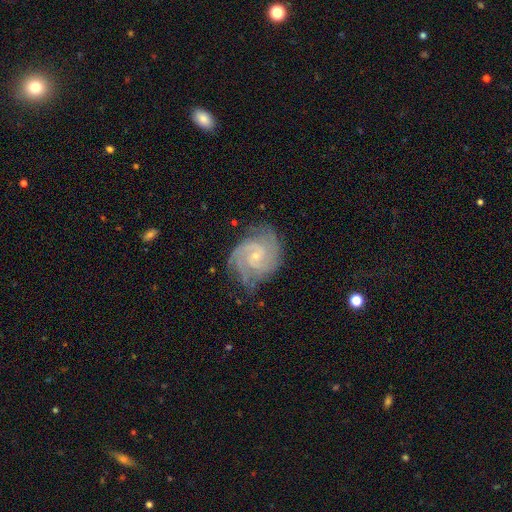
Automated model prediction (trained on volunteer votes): Morphology: type=featured or disk (90%); edge-on=no (98%); bar=no (51%); spiral arms=yes (98%); winding=tight (60%); arm count=2 (48%); bulge=small (77%); merging=none (70%).